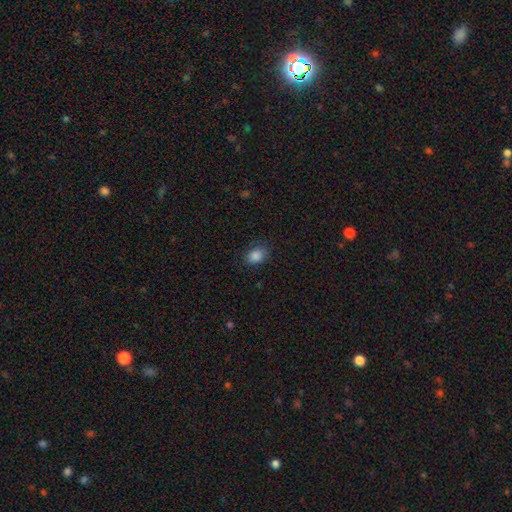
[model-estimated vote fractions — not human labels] A smooth galaxy with no disk features (86%) that is in between round and cigar-shaped (54%). Merging: none (81%).